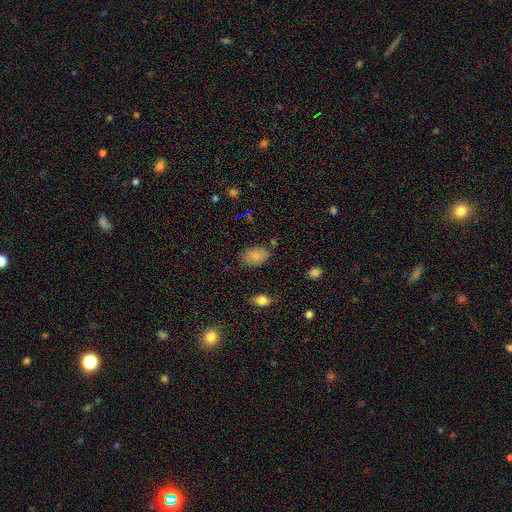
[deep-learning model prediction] Q: Smooth or featured?
A: smooth (82%); runner-up: star or artifact (10%)
Q: How rounded?
A: in between (88%); runner-up: round (11%)
Q: Merging?
A: none (79%); runner-up: minor disturbance (14%)